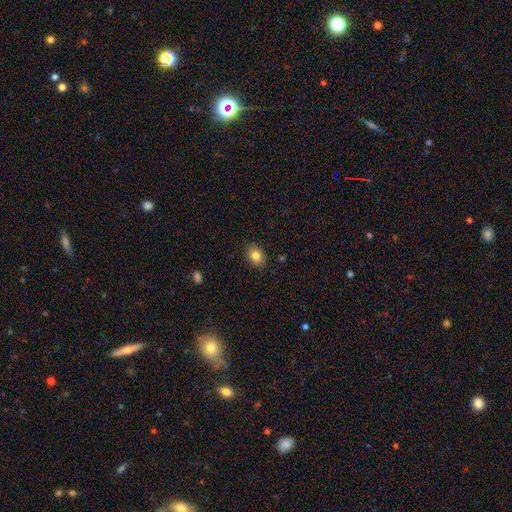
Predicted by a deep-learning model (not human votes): The model was most divided on "how rounded": in between: 61%, round: 38%, cigar-shaped: 1%. More confident: merging — none (88%); smooth or featured — smooth (83%).